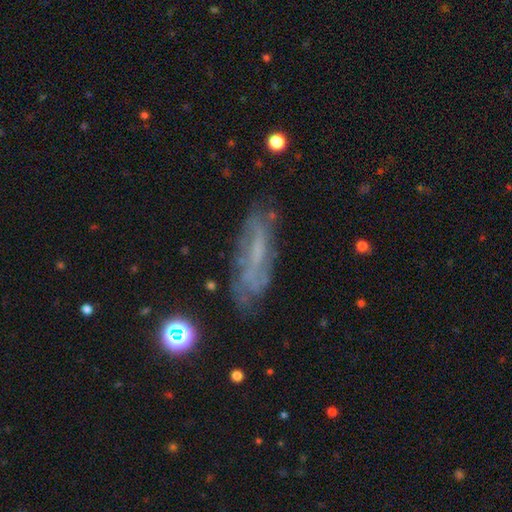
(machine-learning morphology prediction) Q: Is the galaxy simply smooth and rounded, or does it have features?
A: featured or disk — 60%.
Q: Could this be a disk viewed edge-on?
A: no — 70%.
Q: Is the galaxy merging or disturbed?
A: none — 71%.